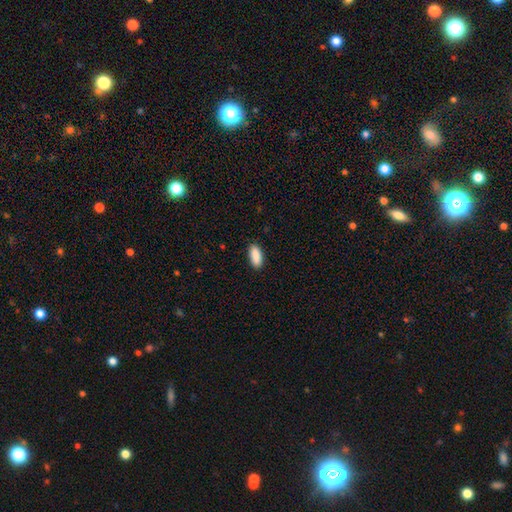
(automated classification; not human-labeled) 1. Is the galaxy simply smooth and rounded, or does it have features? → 91% smooth, 6% star or artifact, 3% featured or disk.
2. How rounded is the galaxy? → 83% in between, 15% cigar-shaped, 2% round.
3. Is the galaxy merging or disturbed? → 90% none, 8% minor disturbance, 2% major disturbance, 1% merger.